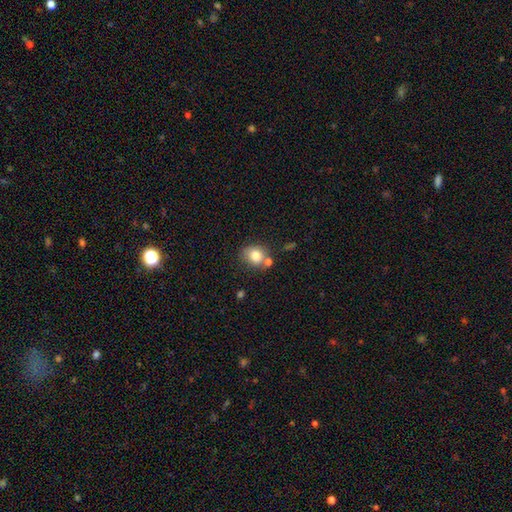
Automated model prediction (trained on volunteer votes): smooth 80%, featured or disk 10%, star or artifact 10%. Down the decision tree: how rounded — round (68%); merging — none (61%).